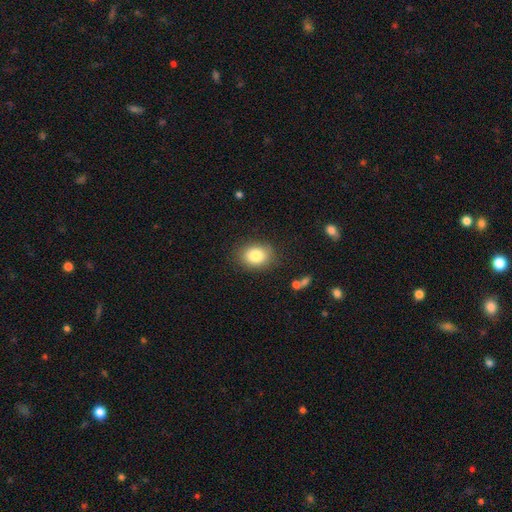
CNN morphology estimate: Smooth or featured? Predicted: smooth (p=0.83). How rounded? Predicted: in between (p=0.54). Merging? Predicted: none (p=0.84).